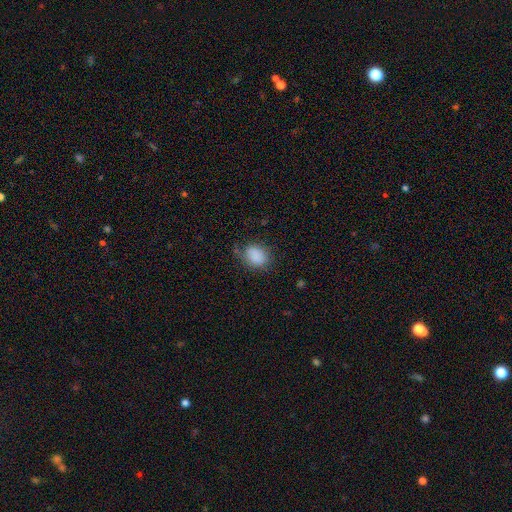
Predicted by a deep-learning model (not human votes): Q: Smooth or featured?
A: smooth (86%); runner-up: star or artifact (9%)
Q: How rounded?
A: in between (56%); runner-up: round (43%)
Q: Merging?
A: none (71%); runner-up: minor disturbance (20%)